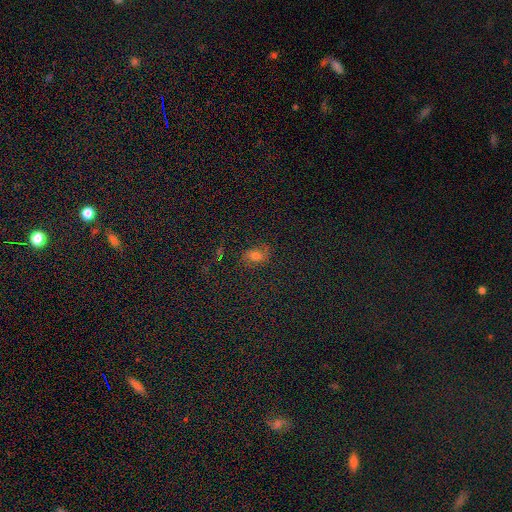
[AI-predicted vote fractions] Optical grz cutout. It shows a smooth galaxy with no disk features (50%). Merging: none (77%).